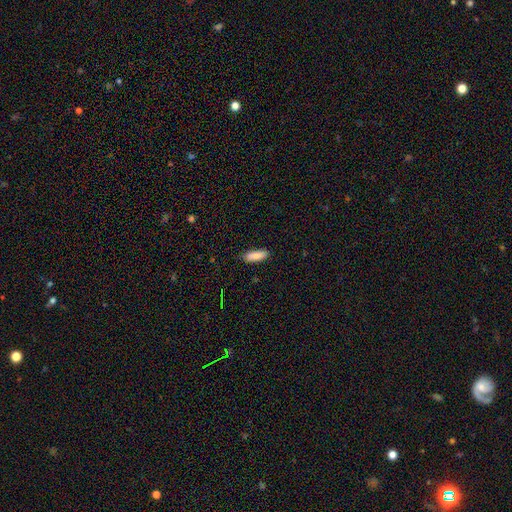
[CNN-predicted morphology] This appears to be a smooth galaxy with no disk features (87%) that is in between round and cigar-shaped (60%). Merging: none (83%).